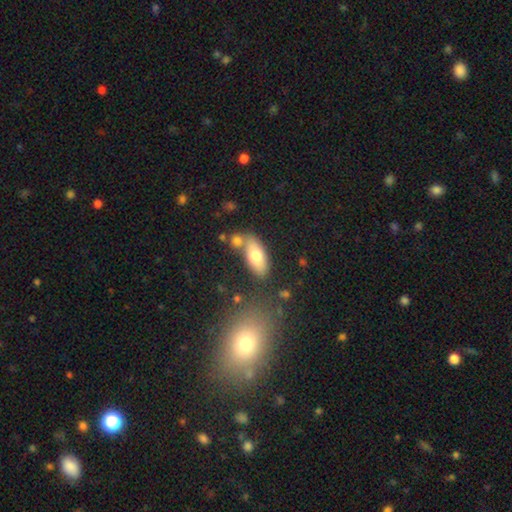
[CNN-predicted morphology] smooth 73%, featured or disk 20%, star or artifact 7%. Down the decision tree: how rounded — in between (85%); merging — none (61%).